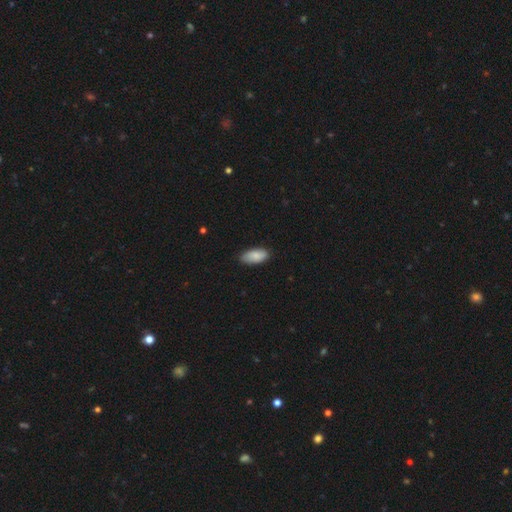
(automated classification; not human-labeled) Q: Smooth or featured?
A: smooth (87%); runner-up: featured or disk (7%)
Q: How rounded?
A: in between (90%); runner-up: cigar-shaped (8%)
Q: Merging?
A: none (83%); runner-up: minor disturbance (14%)